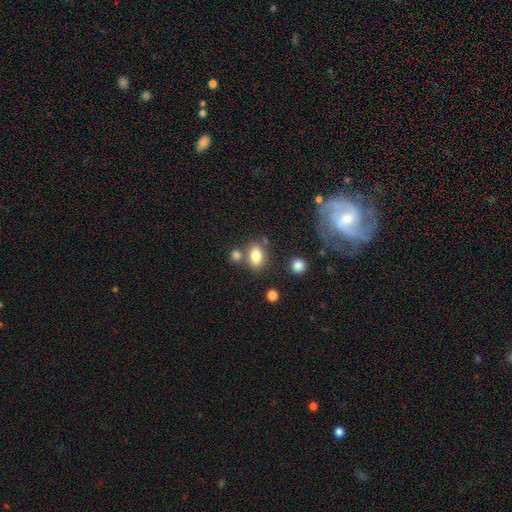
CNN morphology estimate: smooth-or-featured: smooth: 81% | star or artifact: 10% | featured or disk: 9%
  how-rounded: in between: 77% | round: 21% | cigar-shaped: 2%
  merging: none: 63% | merger: 19% | minor disturbance: 13% | major disturbance: 4%